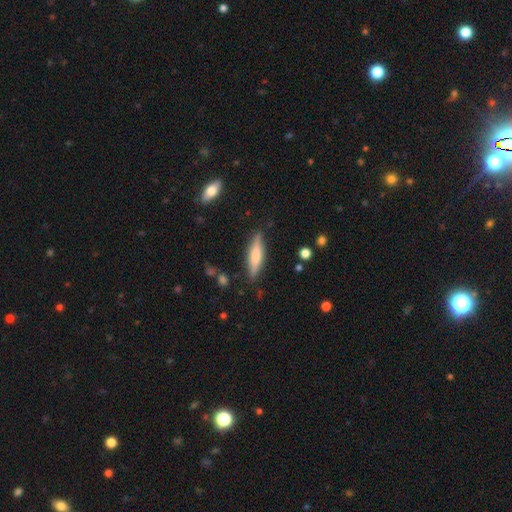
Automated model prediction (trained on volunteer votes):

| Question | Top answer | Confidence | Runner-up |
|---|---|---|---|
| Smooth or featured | smooth | 52% | featured or disk (42%) |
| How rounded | cigar-shaped | 74% | in between (25%) |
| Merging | none | 84% | minor disturbance (11%) |